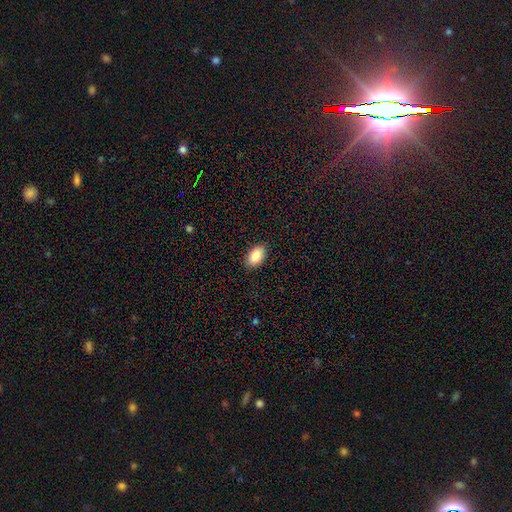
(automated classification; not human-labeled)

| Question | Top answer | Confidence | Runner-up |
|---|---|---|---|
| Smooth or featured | smooth | 88% | star or artifact (7%) |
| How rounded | in between | 92% | round (7%) |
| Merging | none | 89% | minor disturbance (8%) |